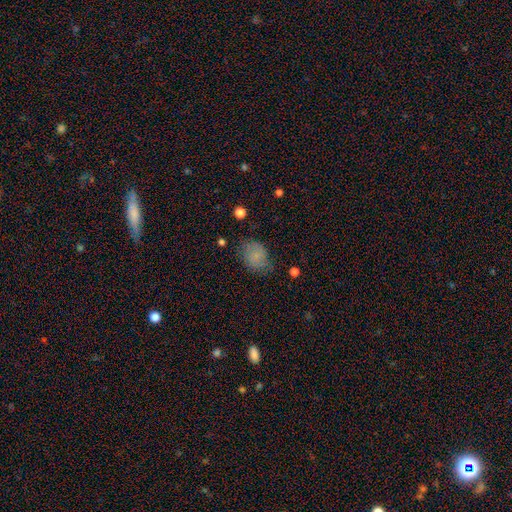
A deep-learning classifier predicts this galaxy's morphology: A smooth galaxy with no disk features (72%) that is in between round and cigar-shaped (61%). Merging: none (61%).